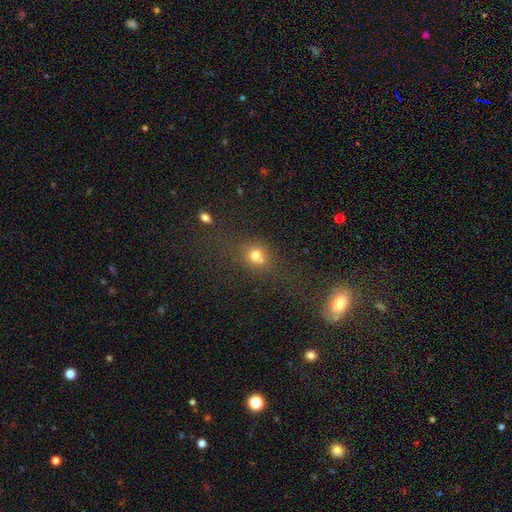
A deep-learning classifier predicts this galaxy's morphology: Smooth or featured: smooth — 67% (star or artifact — 20%)
How rounded: round — 73% (in between — 25%)
Merging: none — 56% (merger — 22%)